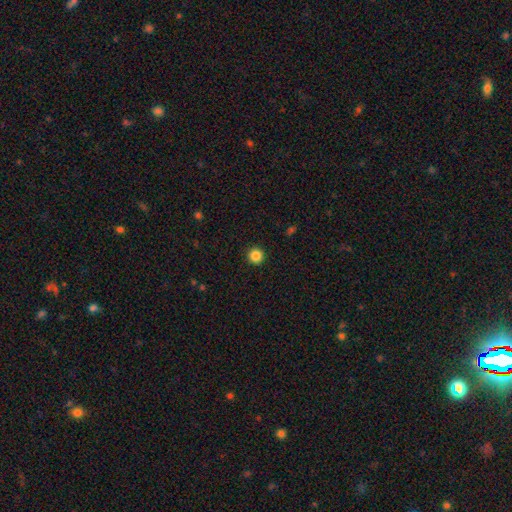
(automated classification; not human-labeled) Smooth or featured: smooth — 86% (star or artifact — 11%)
How rounded: round — 97% (in between — 3%)
Merging: none — 94% (minor disturbance — 4%)